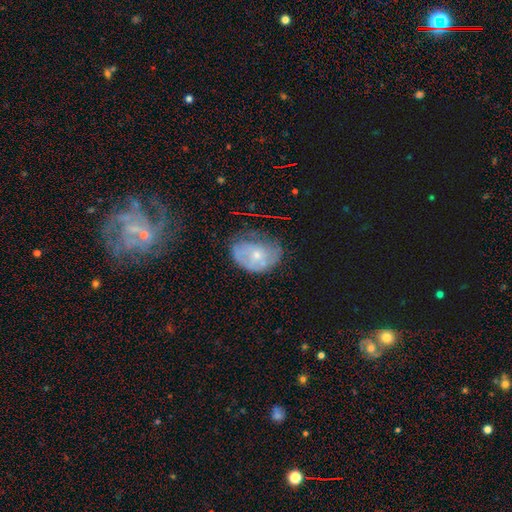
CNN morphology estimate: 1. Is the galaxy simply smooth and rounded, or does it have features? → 47% featured or disk, 43% smooth, 10% star or artifact.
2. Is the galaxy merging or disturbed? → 44% none, 31% minor disturbance, 22% major disturbance, 3% merger.